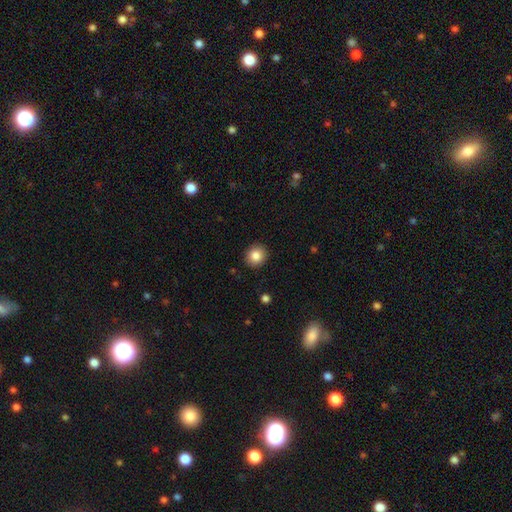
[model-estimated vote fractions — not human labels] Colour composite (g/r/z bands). It shows a smooth galaxy with no disk features (86%) that is round (84%). Merging: none (91%).